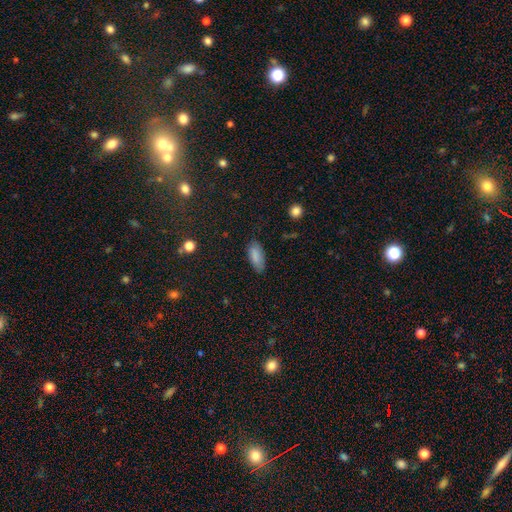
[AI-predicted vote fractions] Smooth or featured? smooth (86%)
How rounded? in between (86%)
Merging? none (77%)